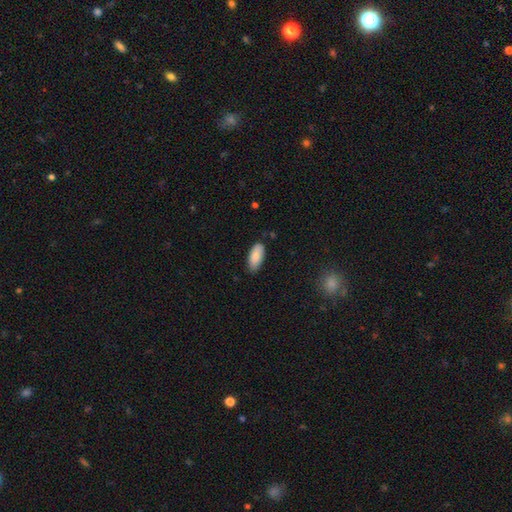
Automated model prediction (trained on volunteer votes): smooth 87%, featured or disk 7%, star or artifact 6%. Down the decision tree: how rounded — in between (88%); merging — none (80%).